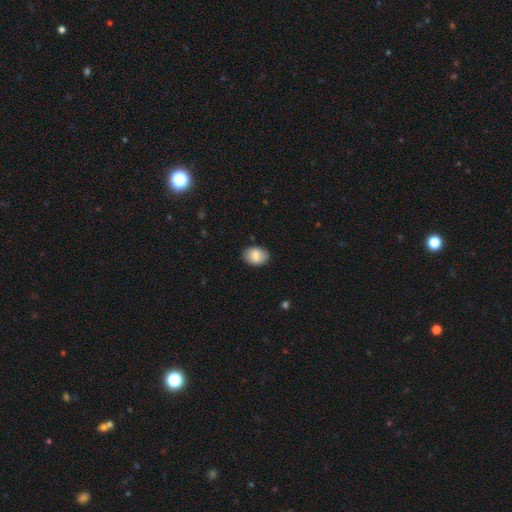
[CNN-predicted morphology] The model was most divided on "how rounded": in between: 75%, round: 24%, cigar-shaped: 1%. More confident: merging — none (86%); smooth or featured — smooth (83%).